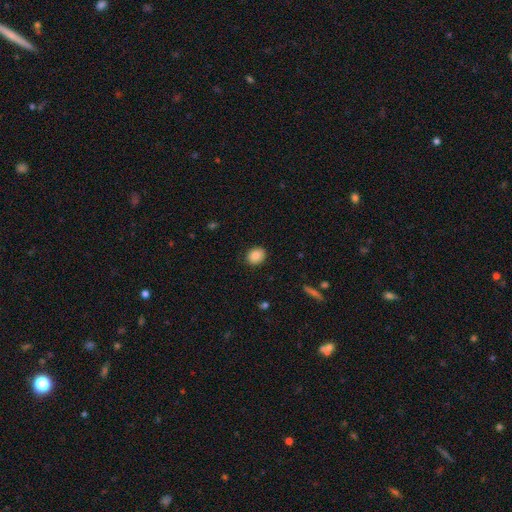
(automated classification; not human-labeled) Morphology: type=smooth (89%); roundness=round (61%); merging=none (88%).